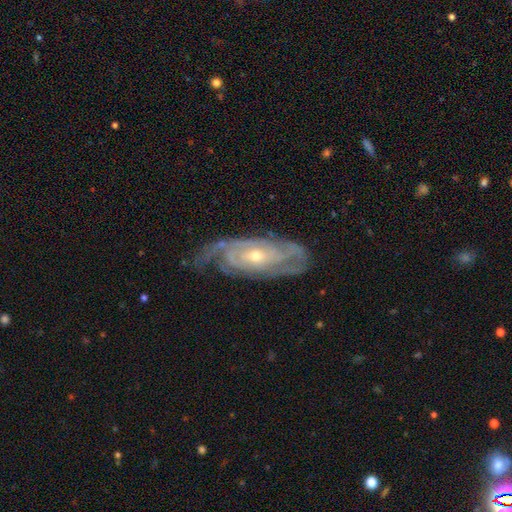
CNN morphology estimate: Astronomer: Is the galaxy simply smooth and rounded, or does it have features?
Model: featured or disk — 88%.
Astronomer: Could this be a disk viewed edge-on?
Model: no — 91%.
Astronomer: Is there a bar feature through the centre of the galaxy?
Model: no — 63%.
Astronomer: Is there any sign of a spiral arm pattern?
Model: yes — 96%.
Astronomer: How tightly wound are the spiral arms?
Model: tight — 69%.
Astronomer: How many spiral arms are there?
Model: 2 — 32% (runner-up: can't tell, 29%).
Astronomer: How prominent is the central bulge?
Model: small — 55% (runner-up: moderate, 42%).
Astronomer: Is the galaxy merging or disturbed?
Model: none — 70%.